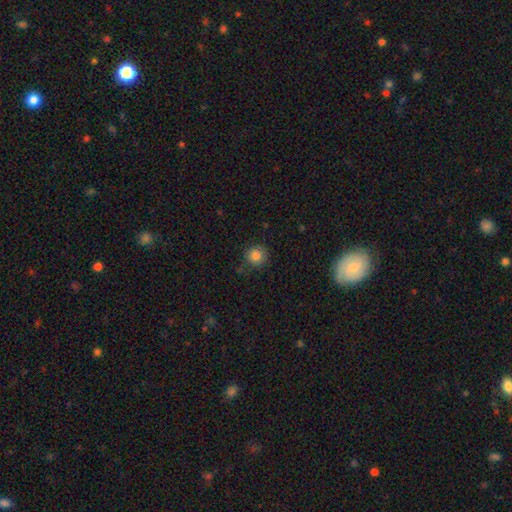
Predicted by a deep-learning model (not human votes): This appears to be a smooth galaxy with no disk features (83%) that is round (93%). Merging: none (85%).